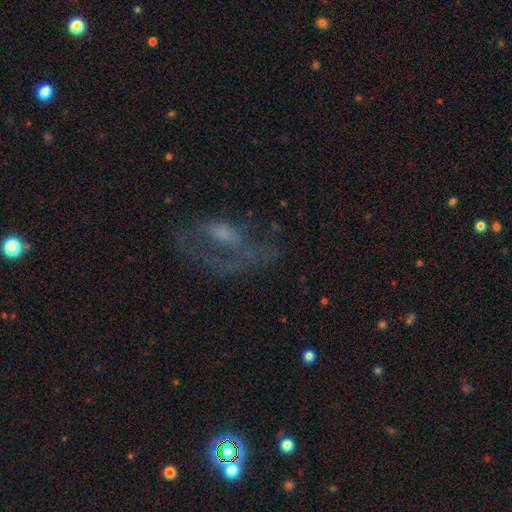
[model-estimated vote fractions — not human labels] The model was most divided on "spiral arms": yes: 52%, no: 48%. Remaining: edge-on disk — no (92%); bar — no (65%); smooth or featured — featured or disk (58%); merging — none (46%); bulge size — small (37%).